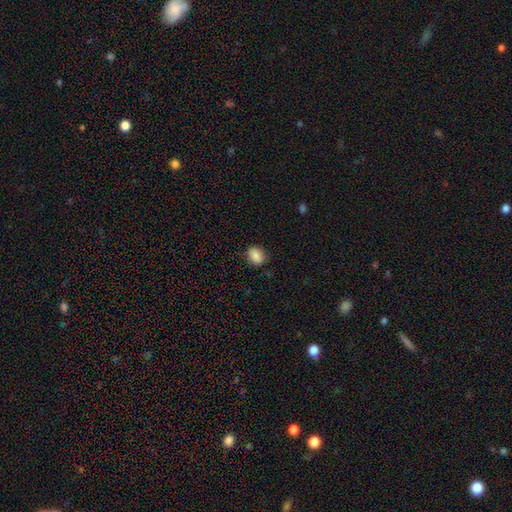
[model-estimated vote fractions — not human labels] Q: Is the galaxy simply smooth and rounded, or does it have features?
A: smooth — 88%.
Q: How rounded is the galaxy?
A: in between — 54%.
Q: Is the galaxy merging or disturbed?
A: none — 84%.